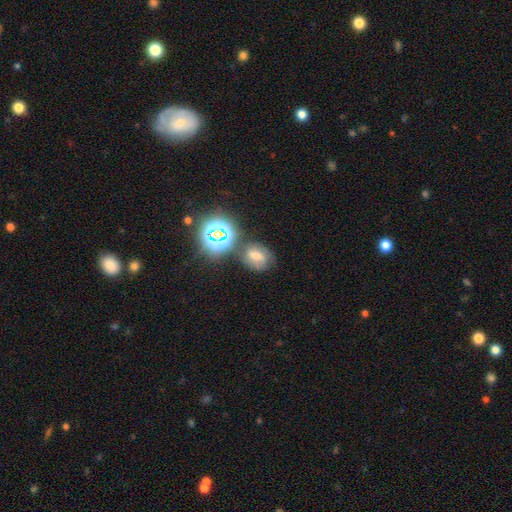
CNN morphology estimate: This is marginally a smooth galaxy (41%). Merging: likely none (62%).